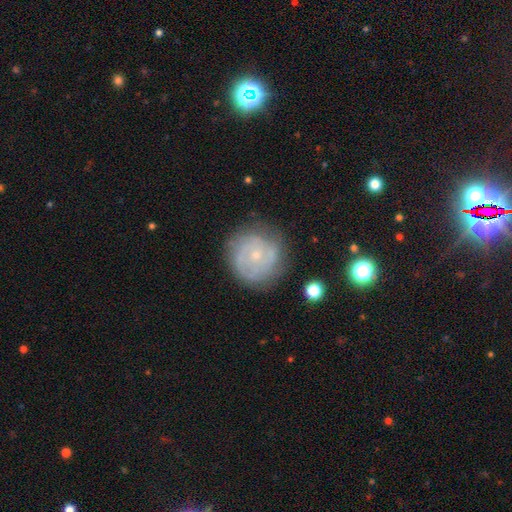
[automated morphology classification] This appears to be a featured or disk galaxy (67%) with no bar (80%), tight (66%) spiral arms (80%) and a small central bulge (78%). Merging: none (75%).